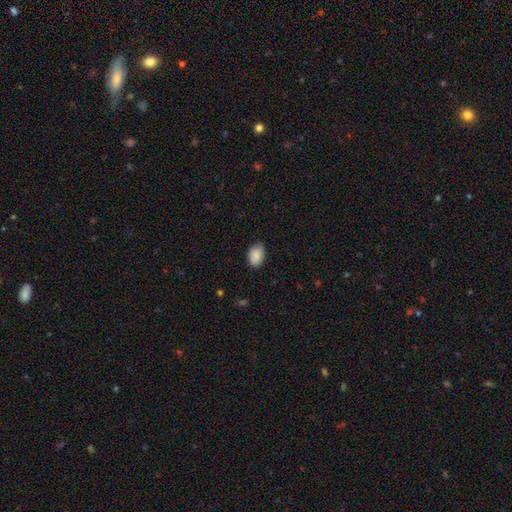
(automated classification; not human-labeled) Overall: smooth (89%). How rounded: in between (88%). Merging: none (79%).